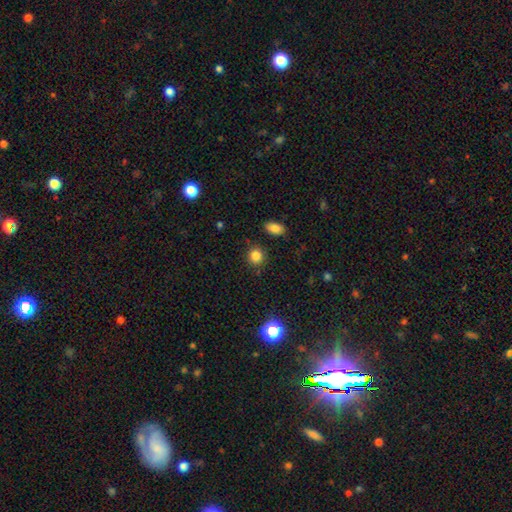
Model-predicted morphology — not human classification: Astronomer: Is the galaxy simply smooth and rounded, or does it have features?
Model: smooth — 84%.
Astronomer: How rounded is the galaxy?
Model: round — 84%.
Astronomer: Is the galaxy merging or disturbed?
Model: none — 86%.